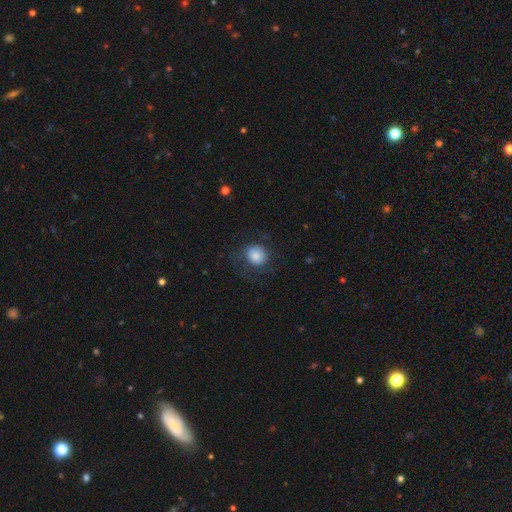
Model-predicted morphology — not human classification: Q: Smooth or featured?
A: smooth (81%); runner-up: featured or disk (11%)
Q: How rounded?
A: round (80%); runner-up: in between (19%)
Q: Merging?
A: none (63%); runner-up: minor disturbance (20%)